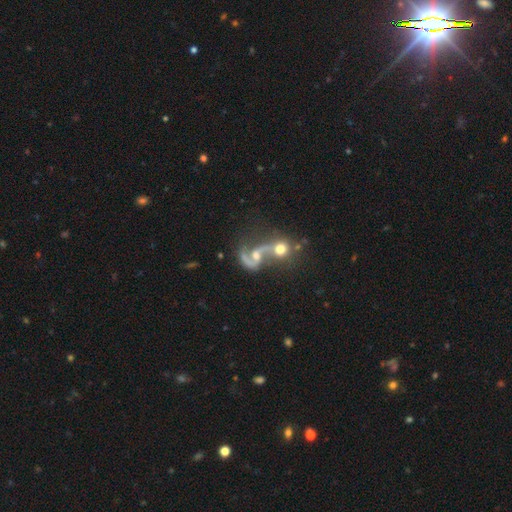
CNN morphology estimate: Q: Smooth or featured?
A: featured or disk (78%); runner-up: smooth (14%)
Q: Edge-on disk?
A: no (97%); runner-up: yes (3%)
Q: Bar?
A: no (49%); runner-up: weak (38%)
Q: Spiral arms?
A: yes (92%); runner-up: no (8%)
Q: Spiral winding?
A: loose (68%); runner-up: medium (27%)
Q: Spiral arm count?
A: 2 (82%); runner-up: 1 (12%)
Q: Bulge size?
A: moderate (50%); runner-up: small (33%)
Q: Merging?
A: merger (52%); runner-up: none (26%)